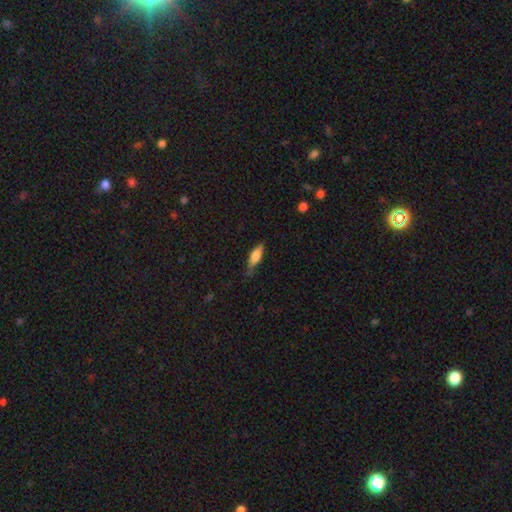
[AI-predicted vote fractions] Q: Smooth or featured?
A: smooth (69%); runner-up: featured or disk (24%)
Q: How rounded?
A: cigar-shaped (49%); tied with: in between (49%)
Q: Merging?
A: none (69%); runner-up: minor disturbance (25%)